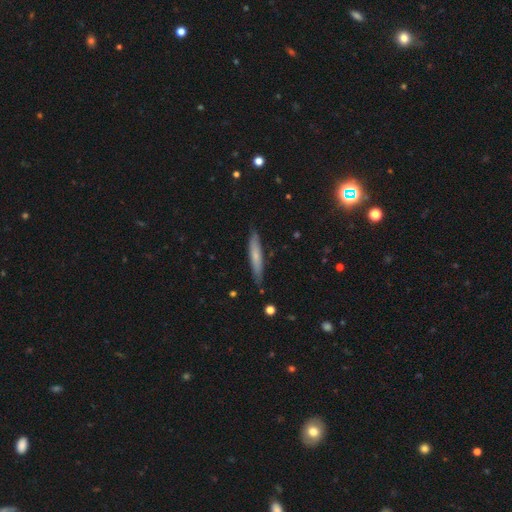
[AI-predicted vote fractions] Morphology: type=smooth (61%); roundness=cigar-shaped (92%); merging=none (85%).